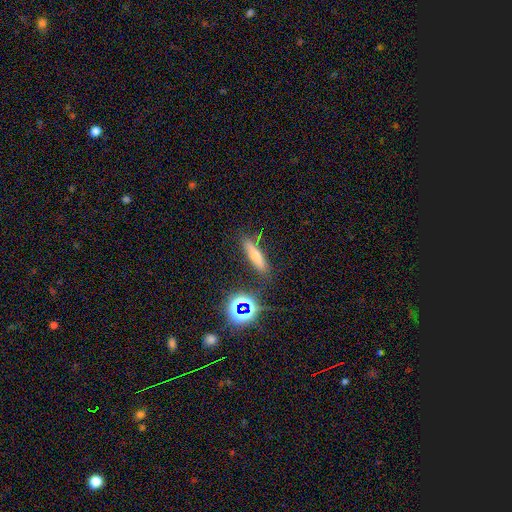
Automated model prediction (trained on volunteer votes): smooth-or-featured: smooth: 52% | featured or disk: 27% | star or artifact: 21%
  how-rounded: cigar-shaped: 73% | in between: 21% | round: 6%
  merging: none: 81% | minor disturbance: 11% | merger: 5% | major disturbance: 3%